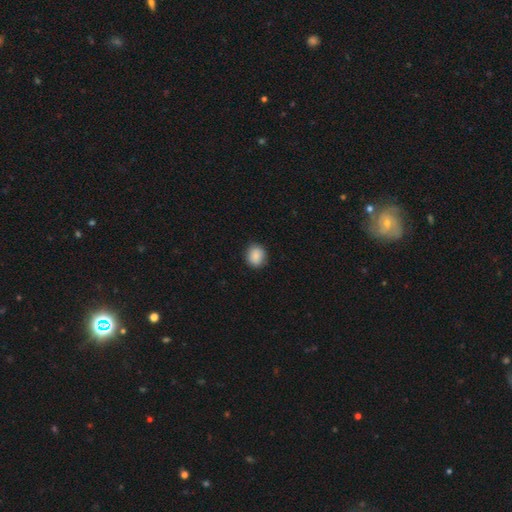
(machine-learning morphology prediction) Smooth or featured? Predicted: smooth (p=0.88). How rounded? Predicted: round (p=0.74). Merging? Predicted: none (p=0.87).